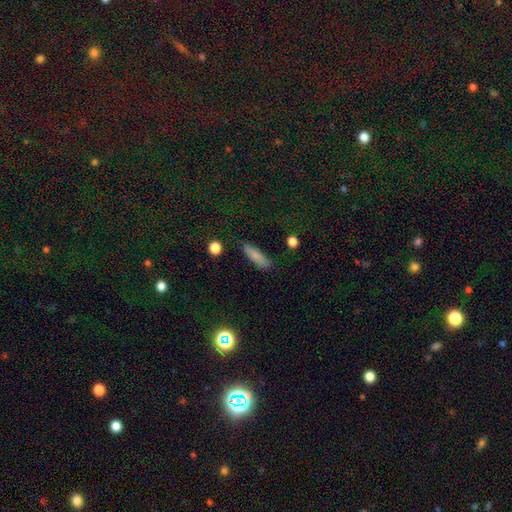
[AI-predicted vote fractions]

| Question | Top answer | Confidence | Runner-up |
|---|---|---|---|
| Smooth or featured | smooth | 83% | featured or disk (9%) |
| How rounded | cigar-shaped | 64% | in between (34%) |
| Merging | none | 80% | minor disturbance (15%) |